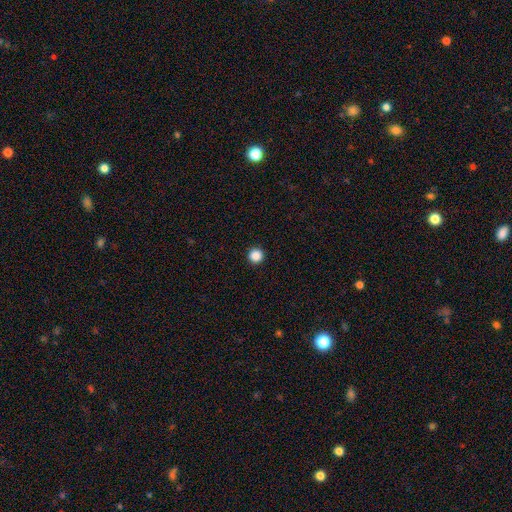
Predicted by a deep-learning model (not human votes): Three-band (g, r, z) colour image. It shows a smooth galaxy with no disk features (87%) that is round (97%). Merging: none (94%).